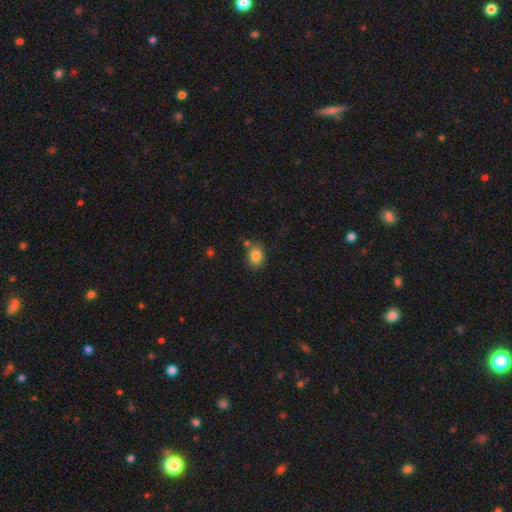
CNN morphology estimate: Smooth or featured? smooth (83%)
How rounded? round (57%)
Merging? none (75%)